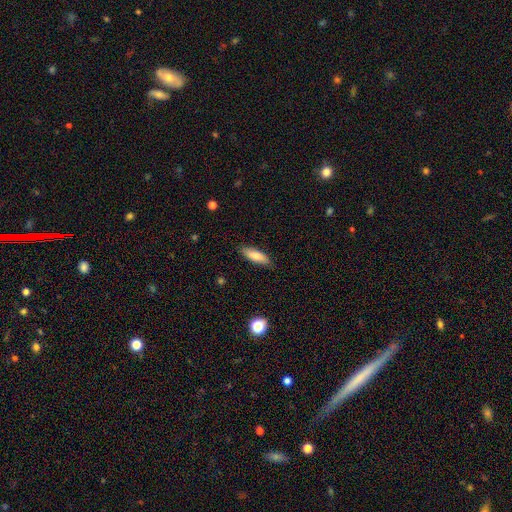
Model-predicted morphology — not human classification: Smooth or featured?
  - smooth: 77% *
  - featured or disk: 16%
  - star or artifact: 7%
How rounded?
  - in between: 57% *
  - cigar-shaped: 41%
  - round: 2%
Merging?
  - none: 85% *
  - minor disturbance: 12%
  - major disturbance: 2%
  - merger: 1%